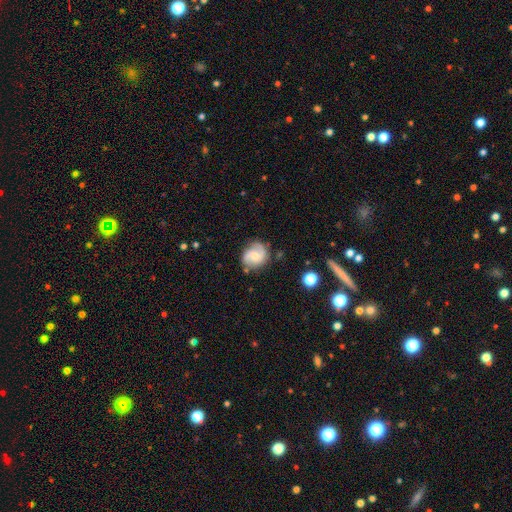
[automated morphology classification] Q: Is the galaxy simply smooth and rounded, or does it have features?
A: featured or disk — 68%.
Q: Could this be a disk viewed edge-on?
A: no — 98%.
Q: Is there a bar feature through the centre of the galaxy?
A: no — 57%.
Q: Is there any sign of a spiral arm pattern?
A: yes — 93%.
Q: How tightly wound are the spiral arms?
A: medium — 46%.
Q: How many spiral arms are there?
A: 2 — 82%.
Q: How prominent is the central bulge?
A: small — 51%.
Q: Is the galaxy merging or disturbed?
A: none — 73%.